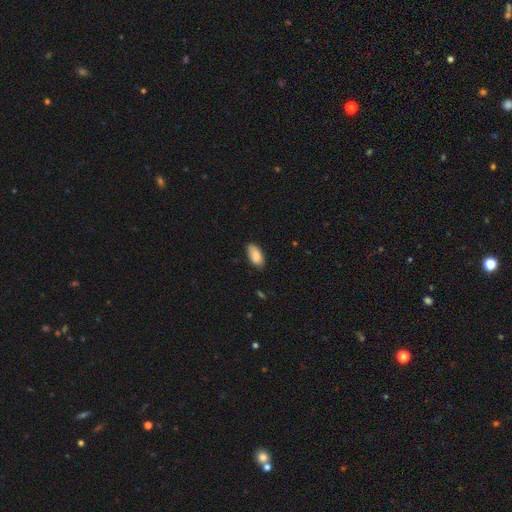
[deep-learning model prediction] A smooth galaxy with no disk features (87%) that is in between round and cigar-shaped (92%).

Vote fractions:
- Smooth or featured? smooth: 87% / star or artifact: 6% / featured or disk: 6%
- How rounded? in between: 92% / cigar-shaped: 5% / round: 2%
- Merging? none: 77% / minor disturbance: 19% / major disturbance: 3% / merger: 1%